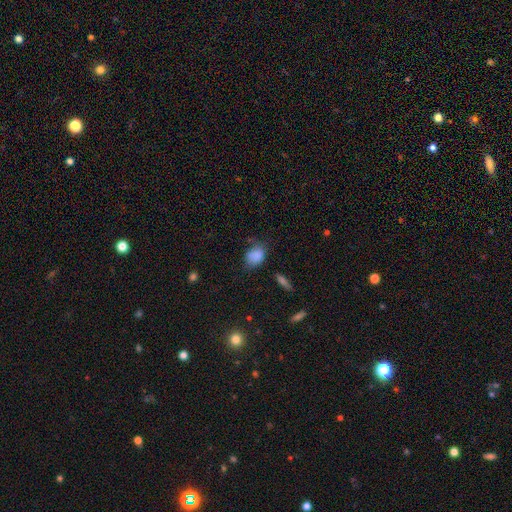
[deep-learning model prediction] smooth 84%, star or artifact 9%, featured or disk 6%. Down the decision tree: how rounded — in between (64%); merging — none (54%).